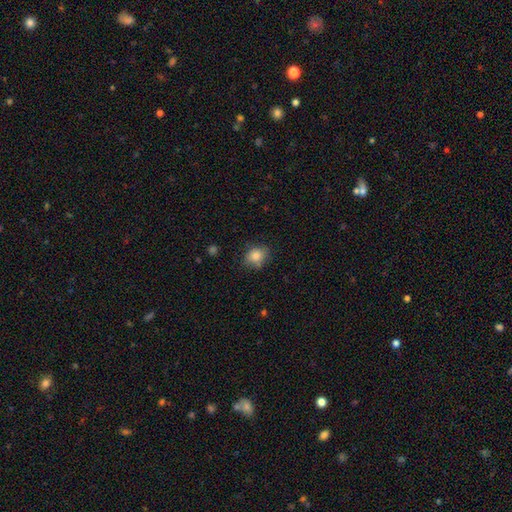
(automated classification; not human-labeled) smooth_or_featured: smooth (p=0.84) [alt: star or artifact p=0.09]
how_rounded: round (p=0.50) [alt: in between p=0.49]
merging: none (p=0.75) [alt: minor disturbance p=0.18]